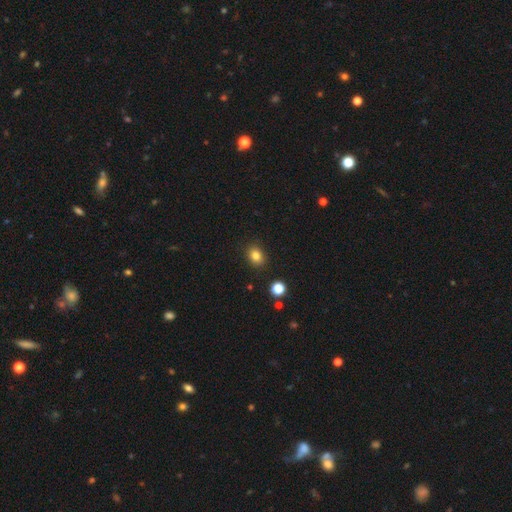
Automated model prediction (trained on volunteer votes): Q: Smooth or featured?
A: smooth (83%); runner-up: star or artifact (12%)
Q: How rounded?
A: round (50%); runner-up: in between (49%)
Q: Merging?
A: none (87%); runner-up: minor disturbance (8%)